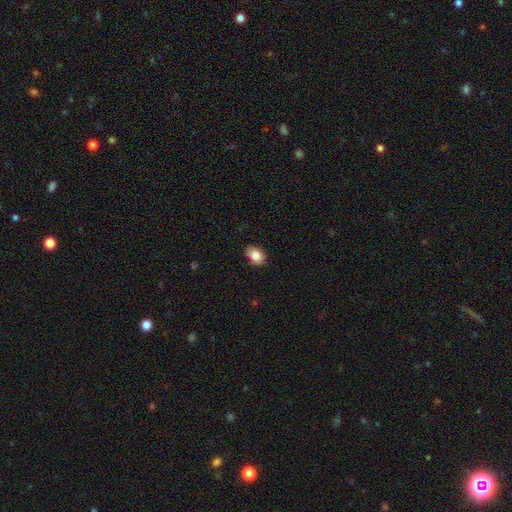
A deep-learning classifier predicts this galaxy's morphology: smooth-or-featured: smooth: 85% | star or artifact: 8% | featured or disk: 7%
  how-rounded: in between: 83% | round: 16% | cigar-shaped: 1%
  merging: none: 86% | minor disturbance: 11% | major disturbance: 2% | merger: 1%